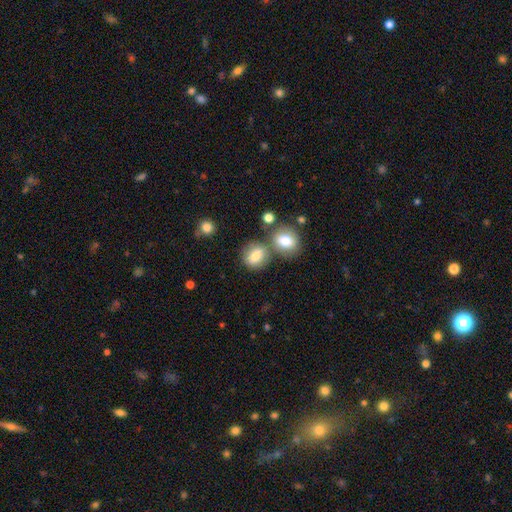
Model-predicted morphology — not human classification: smooth 78%, featured or disk 12%, star or artifact 10%. Down the decision tree: how rounded — round (62%); merging — none (59%).